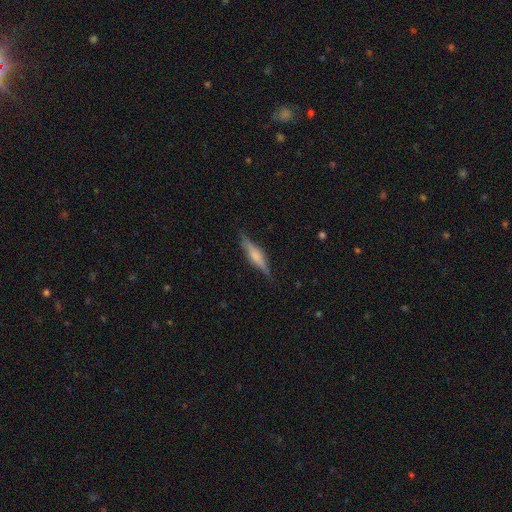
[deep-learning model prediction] smooth_or_featured: featured or disk (p=0.60) [alt: smooth p=0.33]
disk_edge_on: yes (p=0.96) [alt: no p=0.04]
edge_on_bulge: rounded (p=0.64) [alt: boxy p=0.26]
merging: none (p=0.85) [alt: minor disturbance p=0.11]